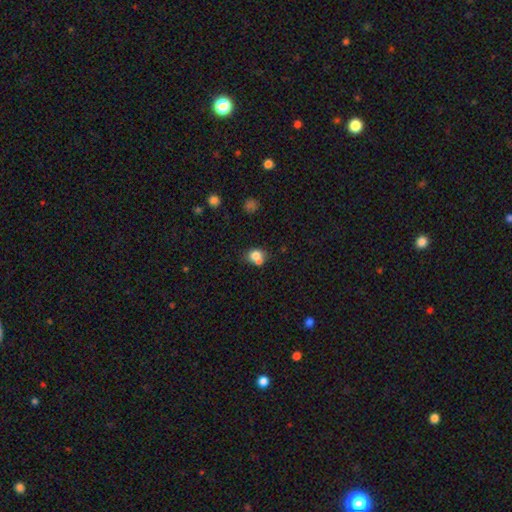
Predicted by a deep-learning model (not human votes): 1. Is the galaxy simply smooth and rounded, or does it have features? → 76% smooth, 13% featured or disk, 11% star or artifact.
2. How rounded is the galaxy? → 62% round, 37% in between, 1% cigar-shaped.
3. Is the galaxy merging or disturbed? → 45% merger, 39% none, 11% minor disturbance, 4% major disturbance.